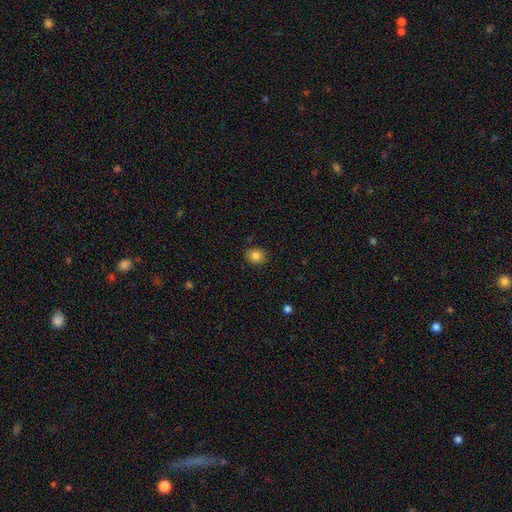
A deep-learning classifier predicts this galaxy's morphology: smooth 84%, star or artifact 11%, featured or disk 5%. Down the decision tree: how rounded — round (63%); merging — none (88%).